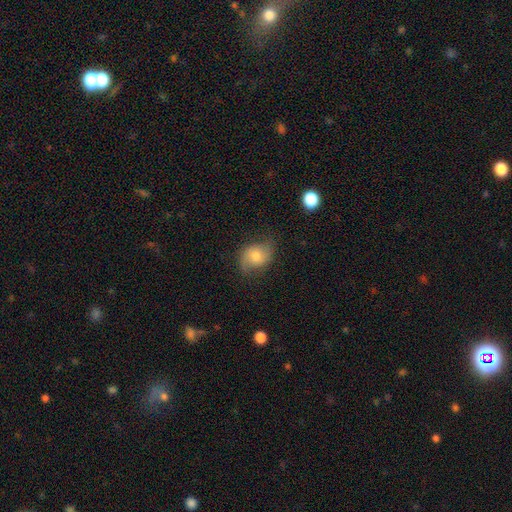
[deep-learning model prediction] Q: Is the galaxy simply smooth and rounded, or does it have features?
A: featured or disk — 46%.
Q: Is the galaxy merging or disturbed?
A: none — 67%.